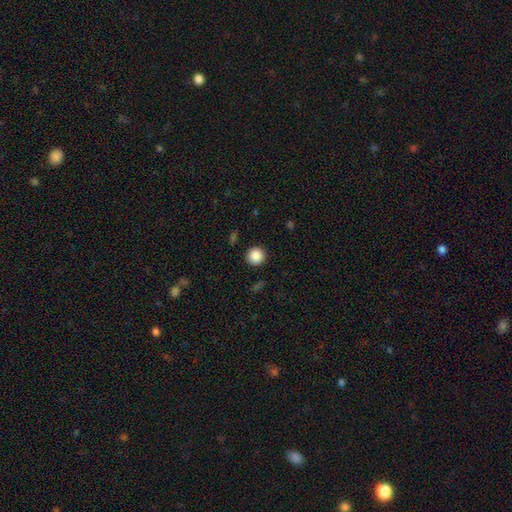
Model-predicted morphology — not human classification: A smooth galaxy with no disk features (88%) that is round (95%). Merging: none (92%).